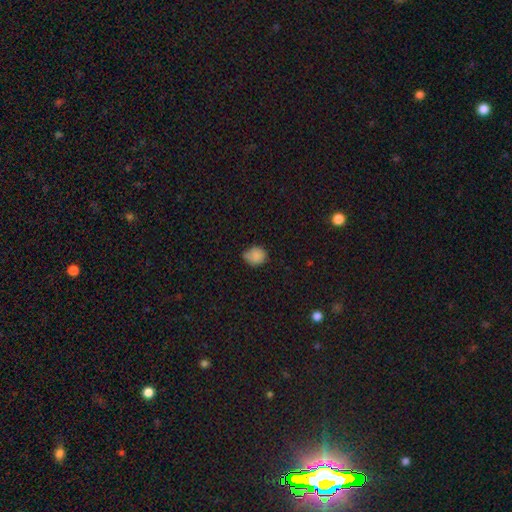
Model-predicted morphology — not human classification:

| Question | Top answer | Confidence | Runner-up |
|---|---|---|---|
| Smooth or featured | smooth | 84% | star or artifact (10%) |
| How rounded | round | 70% | in between (29%) |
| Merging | none | 56% | minor disturbance (35%) |